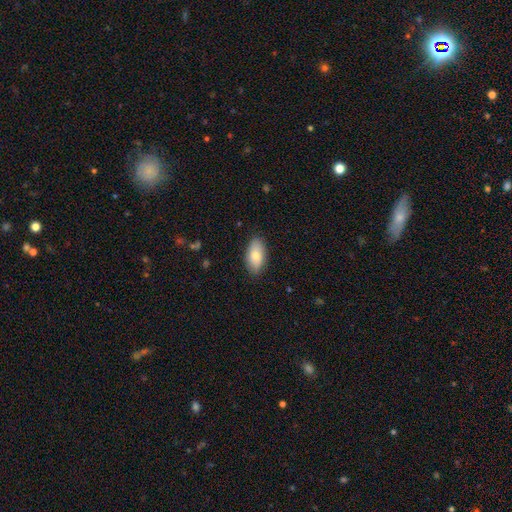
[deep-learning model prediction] This is likely a smooth galaxy (78%). How rounded: clearly in between (93%). Merging: clearly none (86%).